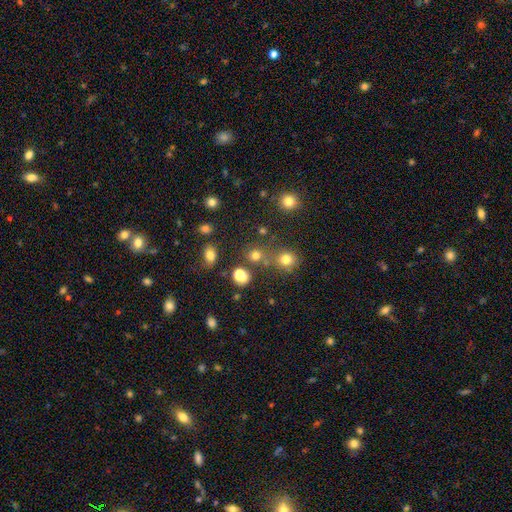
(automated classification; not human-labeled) This is likely a smooth galaxy (73%). How rounded: clearly round (81%). Merging: likely none (67%).